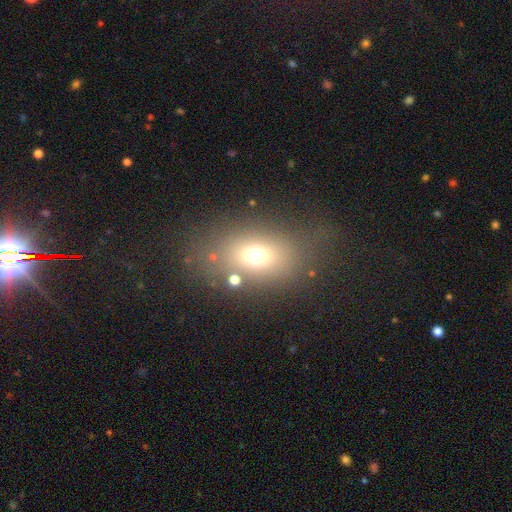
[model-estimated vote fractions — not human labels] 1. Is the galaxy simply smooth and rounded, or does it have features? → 67% smooth, 18% star or artifact, 15% featured or disk.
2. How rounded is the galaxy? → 72% in between, 26% round, 3% cigar-shaped.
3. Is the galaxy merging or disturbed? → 70% none, 13% minor disturbance, 11% major disturbance, 6% merger.